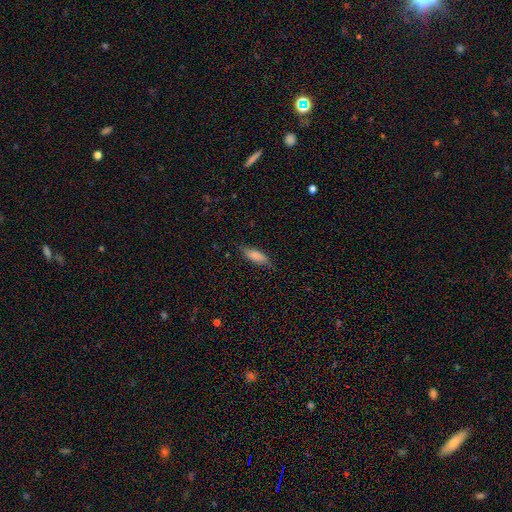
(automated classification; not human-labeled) This appears to be a smooth galaxy with no disk features (78%) that is in between round and cigar-shaped (59%). Merging: none (74%).